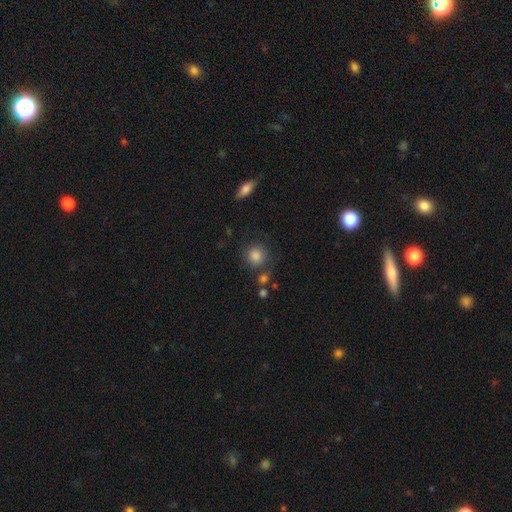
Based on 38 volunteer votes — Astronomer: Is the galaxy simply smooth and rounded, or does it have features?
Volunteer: smooth — 92%.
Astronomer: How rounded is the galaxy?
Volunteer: round — 91%.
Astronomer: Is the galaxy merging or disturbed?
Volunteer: none — 84%.